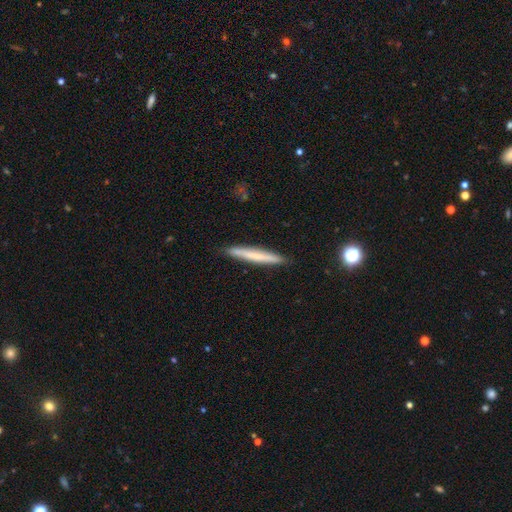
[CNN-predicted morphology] Overall: smooth (58%; featured or disk 35%). How rounded: cigar-shaped (96%). Merging: none (89%).